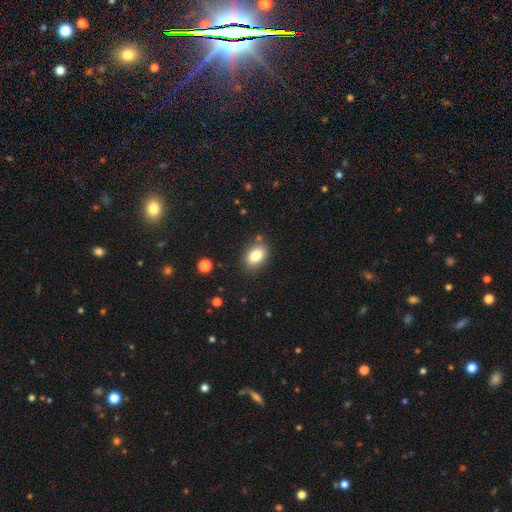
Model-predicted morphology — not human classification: smooth_or_featured: smooth (p=0.82) [alt: star or artifact p=0.10]
how_rounded: in between (p=0.76) [alt: round p=0.23]
merging: none (p=0.82) [alt: minor disturbance p=0.11]